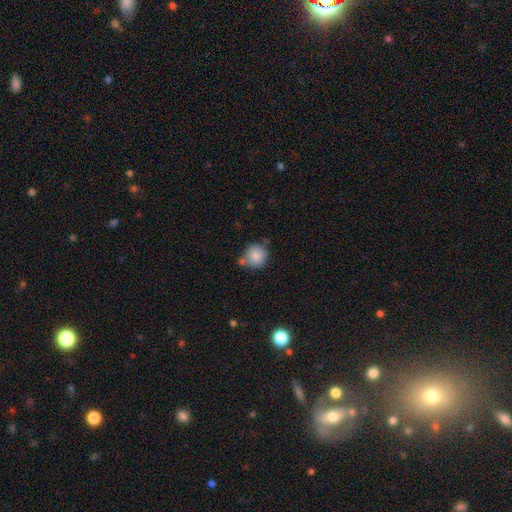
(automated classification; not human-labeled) Q: Smooth or featured?
A: smooth (85%); runner-up: star or artifact (8%)
Q: How rounded?
A: round (90%); runner-up: in between (9%)
Q: Merging?
A: none (63%); runner-up: minor disturbance (18%)